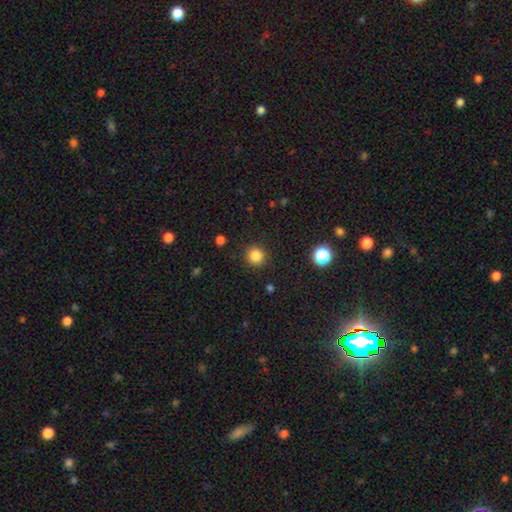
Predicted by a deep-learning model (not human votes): Smooth or featured?
  - smooth: 84% *
  - star or artifact: 12%
  - featured or disk: 4%
How rounded?
  - round: 92% *
  - in between: 7%
  - cigar-shaped: 1%
Merging?
  - none: 90% *
  - minor disturbance: 6%
  - major disturbance: 2%
  - merger: 1%